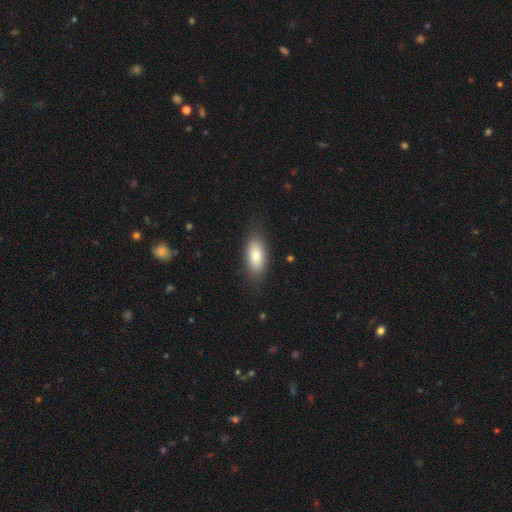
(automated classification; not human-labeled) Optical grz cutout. It shows a smooth galaxy with no disk features (79%) that is in between round and cigar-shaped (88%). Merging: none (83%).